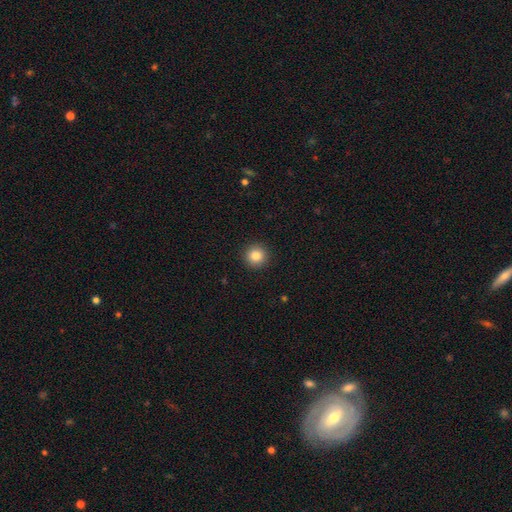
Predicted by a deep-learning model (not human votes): Smooth or featured? Predicted: smooth (p=0.85). How rounded? Predicted: round (p=0.95). Merging? Predicted: none (p=0.93).